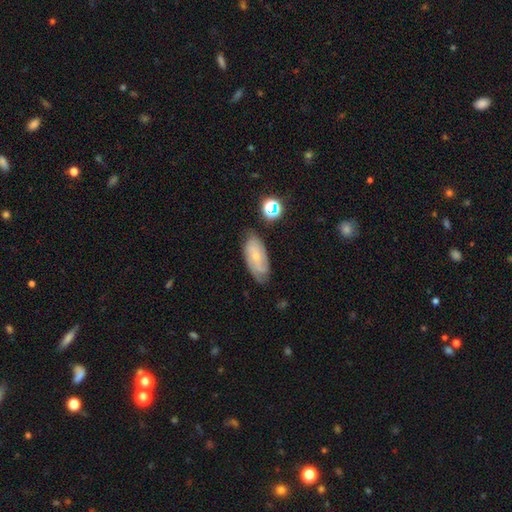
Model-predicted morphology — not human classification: type=featured or disk (63%); edge-on=no (92%); bar=no (67%); spiral arms=yes (87%); winding=tight (55%); arm count=can't tell (39%); bulge=small (73%); merging=none (71%).